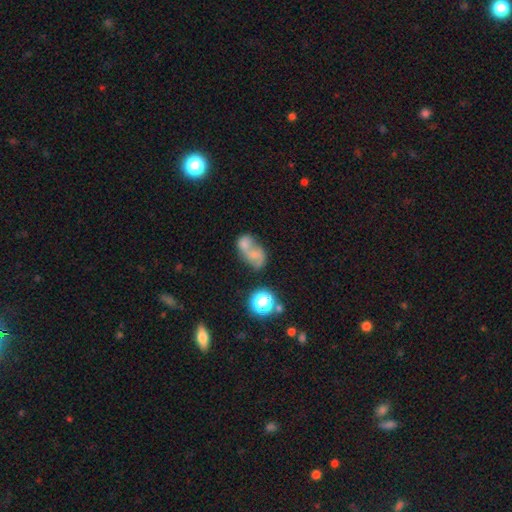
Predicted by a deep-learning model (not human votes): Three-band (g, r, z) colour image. It shows a smooth galaxy with no disk features (43%). Merging: merger (56%).